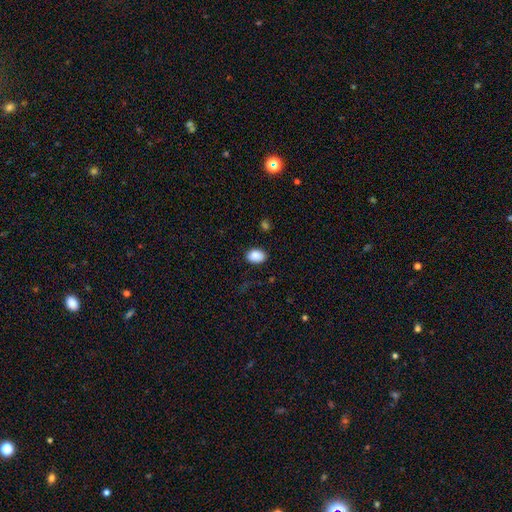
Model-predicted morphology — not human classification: smooth_or_featured: smooth (p=0.89) [alt: star or artifact p=0.07]
how_rounded: in between (p=0.83) [alt: round p=0.16]
merging: none (p=0.86) [alt: minor disturbance p=0.11]